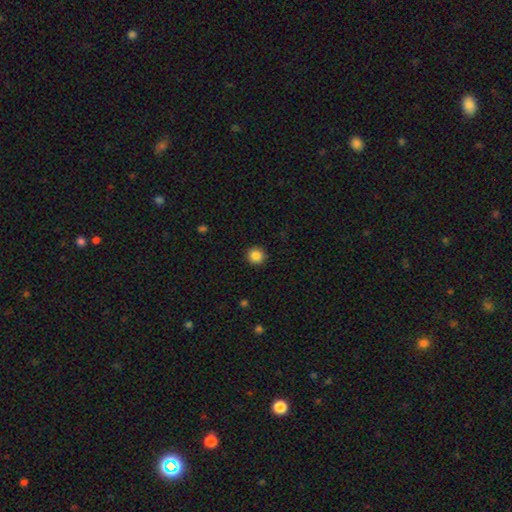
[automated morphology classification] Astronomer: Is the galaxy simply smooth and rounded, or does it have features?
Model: smooth — 86%.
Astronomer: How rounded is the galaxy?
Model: round — 93%.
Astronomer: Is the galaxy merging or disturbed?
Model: none — 93%.